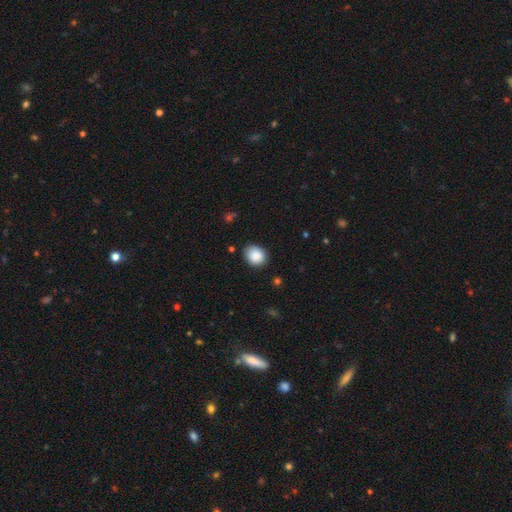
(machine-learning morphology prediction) Overall: smooth (88%). How rounded: round (58%; in between 41%). Merging: none (82%).